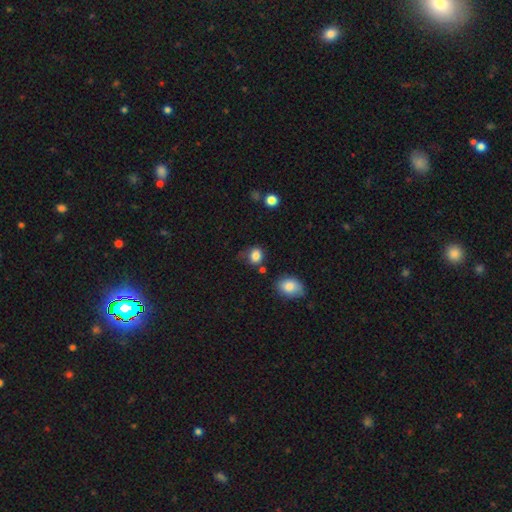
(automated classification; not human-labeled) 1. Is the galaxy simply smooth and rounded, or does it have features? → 84% smooth, 11% star or artifact, 6% featured or disk.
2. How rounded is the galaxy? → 58% round, 40% in between, 1% cigar-shaped.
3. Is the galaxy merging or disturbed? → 56% none, 28% minor disturbance, 10% major disturbance, 6% merger.